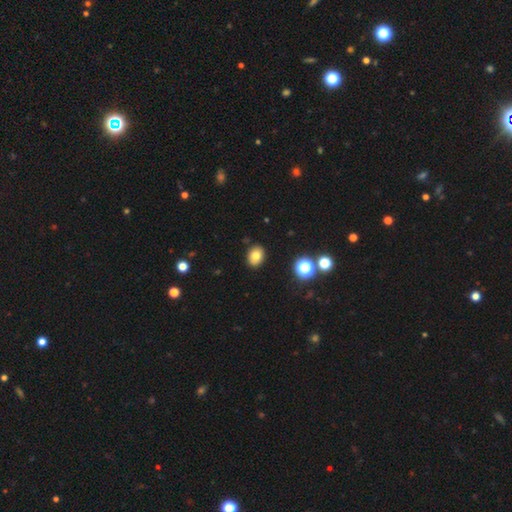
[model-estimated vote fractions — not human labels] Smooth or featured: smooth — 78% (star or artifact — 12%)
How rounded: in between — 64% (round — 35%)
Merging: none — 89% (minor disturbance — 7%)